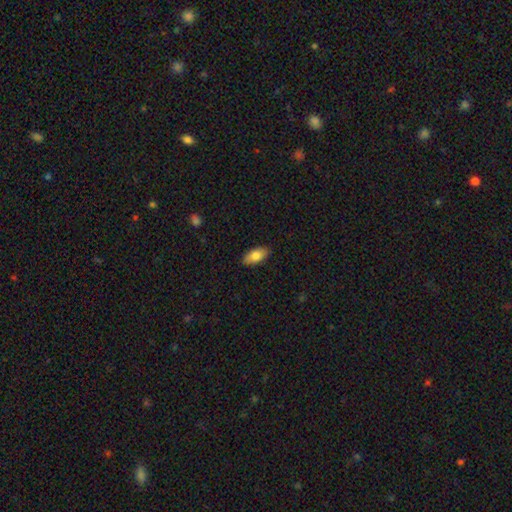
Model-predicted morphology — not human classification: Q: Smooth or featured?
A: smooth (81%); runner-up: featured or disk (13%)
Q: How rounded?
A: in between (91%); runner-up: cigar-shaped (6%)
Q: Merging?
A: none (88%); runner-up: minor disturbance (9%)